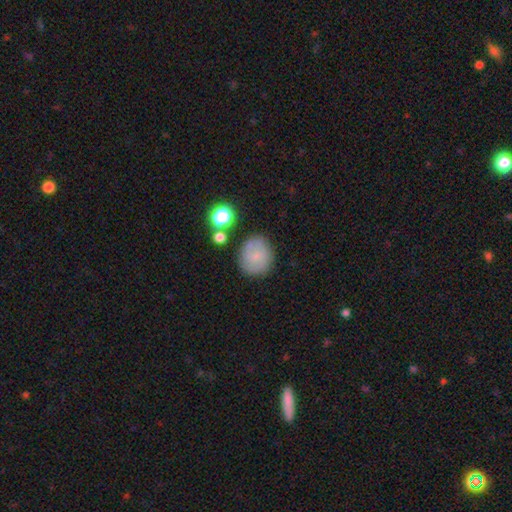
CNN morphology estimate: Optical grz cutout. It shows a smooth galaxy with no disk features (48%). Merging: none (79%).